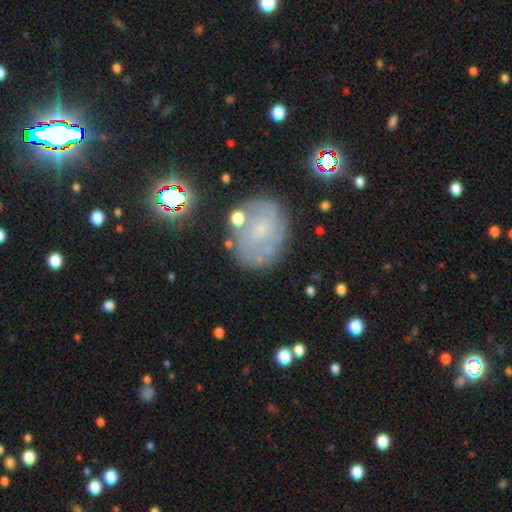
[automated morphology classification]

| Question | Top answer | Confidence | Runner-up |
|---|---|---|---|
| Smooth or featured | featured or disk | 53% | smooth (24%) |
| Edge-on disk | no | 95% | yes (5%) |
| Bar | no | 54% | weak (35%) |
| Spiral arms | yes | 73% | no (27%) |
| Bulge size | small | 75% | moderate (15%) |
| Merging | none | 72% | minor disturbance (16%) |